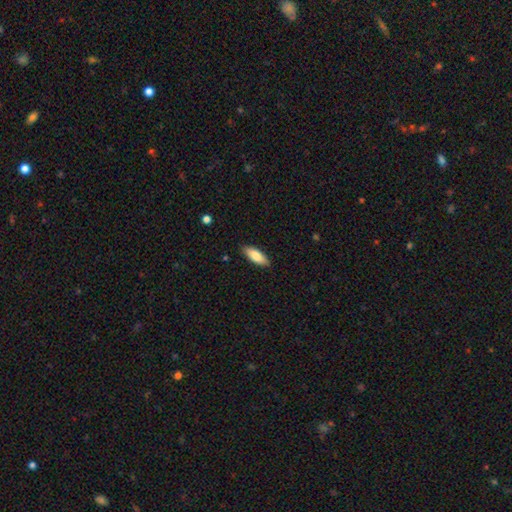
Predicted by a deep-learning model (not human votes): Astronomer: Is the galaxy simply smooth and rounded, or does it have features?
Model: smooth — 80%.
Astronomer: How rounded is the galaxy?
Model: in between — 69%.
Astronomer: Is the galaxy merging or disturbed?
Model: none — 87%.